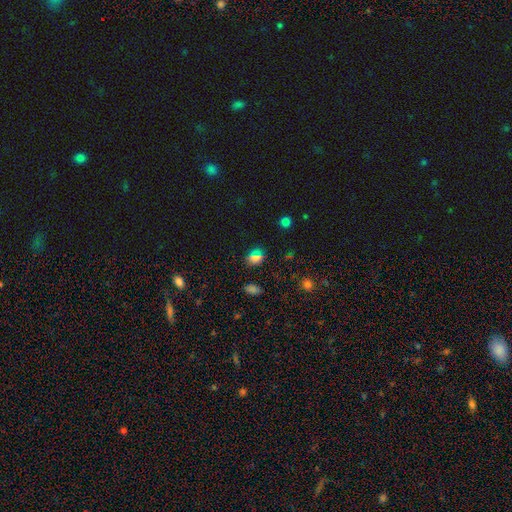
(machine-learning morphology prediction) Smooth or featured? smooth (63%)
How rounded? in between (49%)
Merging? none (84%)